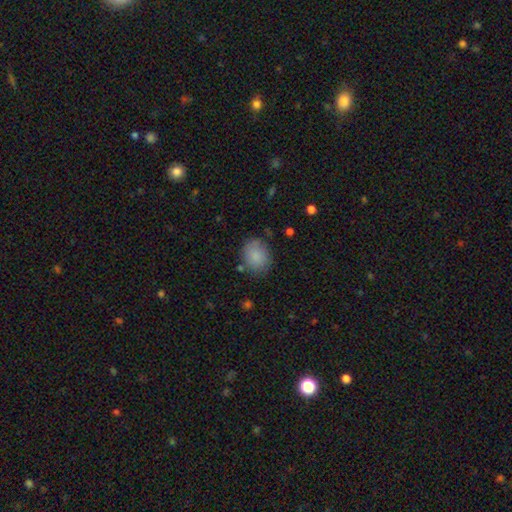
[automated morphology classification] smooth-or-featured: smooth: 85% | star or artifact: 8% | featured or disk: 7%
  how-rounded: round: 54% | in between: 45% | cigar-shaped: 1%
  merging: none: 75% | minor disturbance: 17% | major disturbance: 5% | merger: 3%